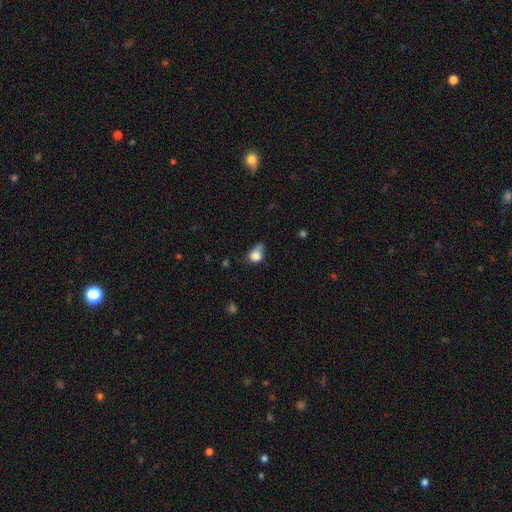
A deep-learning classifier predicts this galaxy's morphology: This appears to be a smooth galaxy with no disk features (79%) that is in between round and cigar-shaped (51%). Merging: minor disturbance (40%).